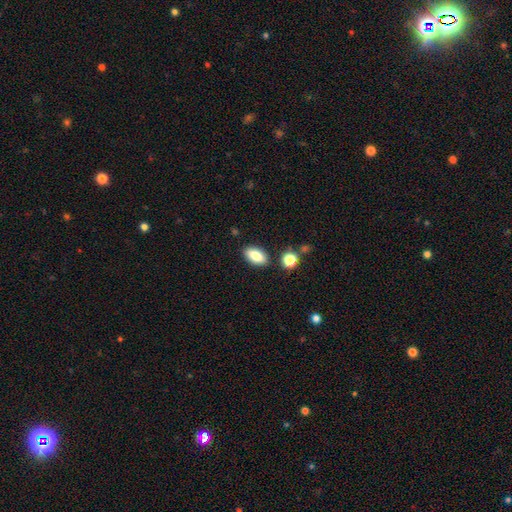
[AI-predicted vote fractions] This is clearly a smooth galaxy (82%). How rounded: clearly in between (89%). Merging: clearly none (84%).